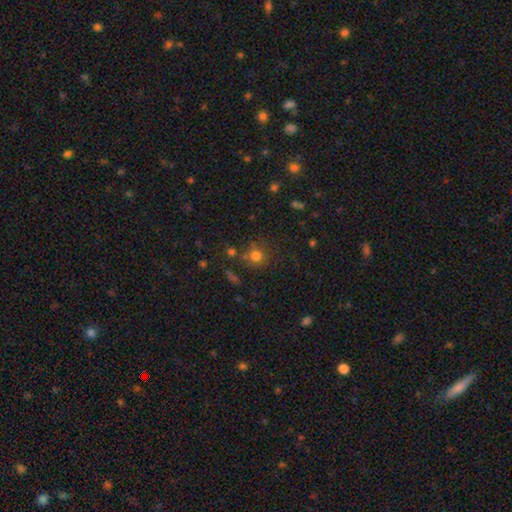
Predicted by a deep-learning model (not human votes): The model was most divided on "smooth or featured": smooth: 74%, star or artifact: 17%, featured or disk: 9%. More confident: how rounded — round (87%); merging — none (71%).